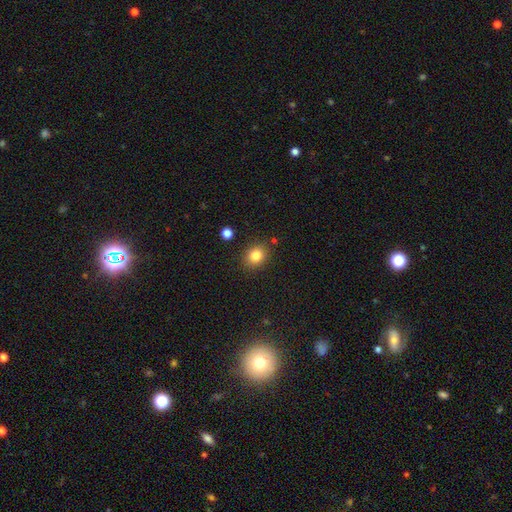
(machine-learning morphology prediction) Smooth or featured: smooth — 82% (star or artifact — 11%)
How rounded: round — 60% (in between — 39%)
Merging: none — 85% (minor disturbance — 9%)